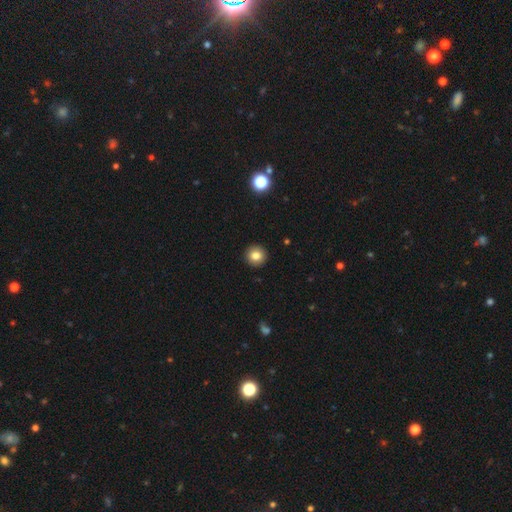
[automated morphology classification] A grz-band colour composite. It shows a smooth galaxy with no disk features (83%) that is round (94%). Merging: none (93%).